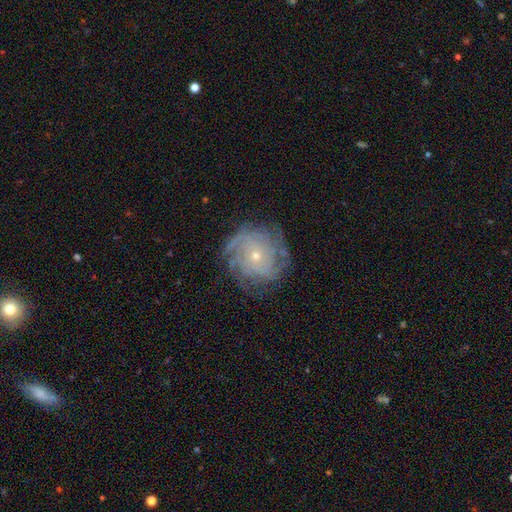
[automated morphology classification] smooth_or_featured: featured or disk (p=0.83) [alt: smooth p=0.10]
disk_edge_on: no (p=0.97) [alt: yes p=0.03]
bar: no (p=0.82) [alt: weak p=0.15]
has_spiral_arms: yes (p=0.95) [alt: no p=0.05]
spiral_winding: tight (p=0.73) [alt: medium p=0.22]
spiral_arm_count: can't tell (p=0.34) [alt: 4 p=0.20]
bulge_size: small (p=0.75) [alt: moderate p=0.22]
merging: none (p=0.77) [alt: minor disturbance p=0.15]